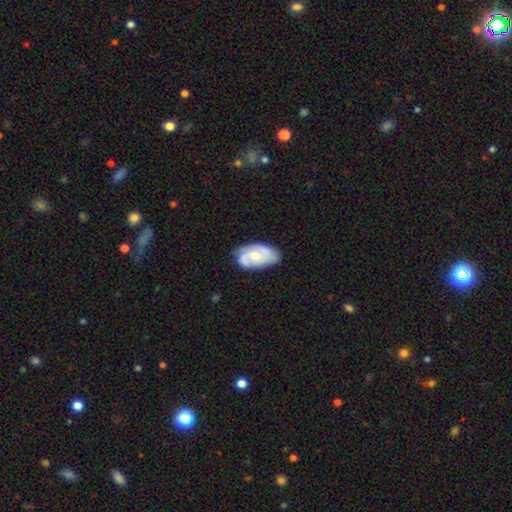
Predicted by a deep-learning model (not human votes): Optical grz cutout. It shows a featured or disk galaxy (70%) with no bar (65%), 2 (59%) tight (47%) spiral arms (90%) and a moderate central bulge (54%). Merging: none (63%).